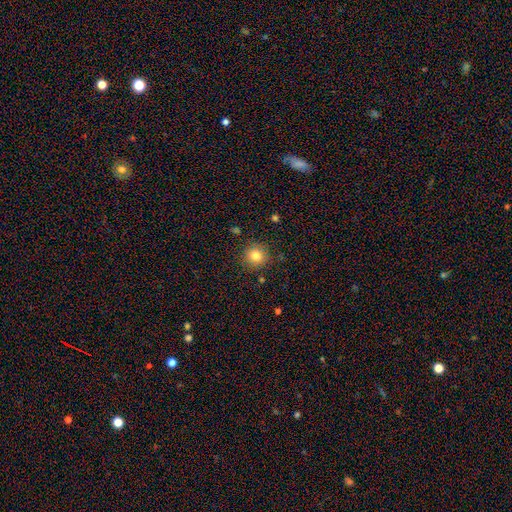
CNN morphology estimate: Smooth or featured? Predicted: smooth (p=0.81). How rounded? Predicted: round (p=0.93). Merging? Predicted: none (p=0.89).